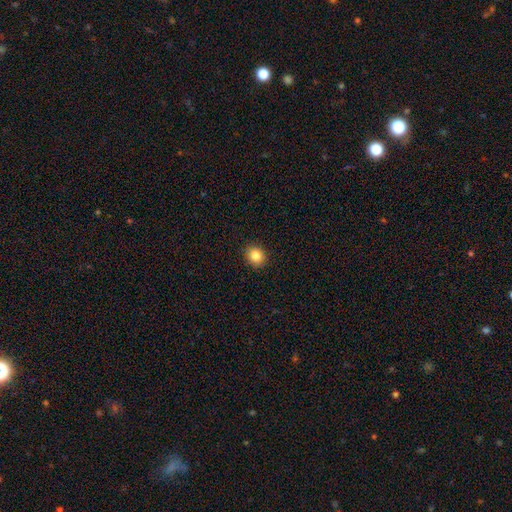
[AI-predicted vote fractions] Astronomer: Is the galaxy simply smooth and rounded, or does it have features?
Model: smooth — 85%.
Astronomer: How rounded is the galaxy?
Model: round — 74%.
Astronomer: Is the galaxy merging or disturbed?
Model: none — 91%.